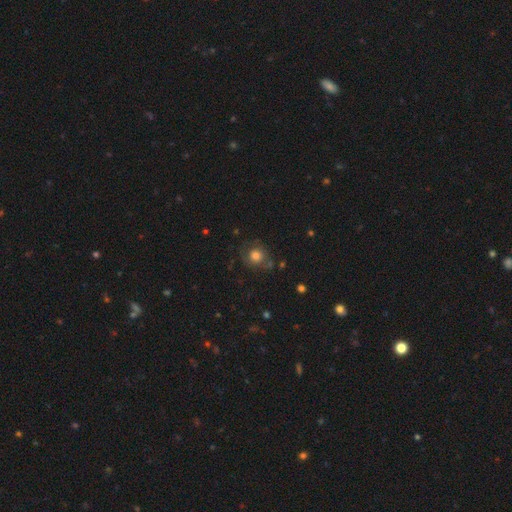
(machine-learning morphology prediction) Overall: smooth (69%). How rounded: round (87%). Merging: none (69%).